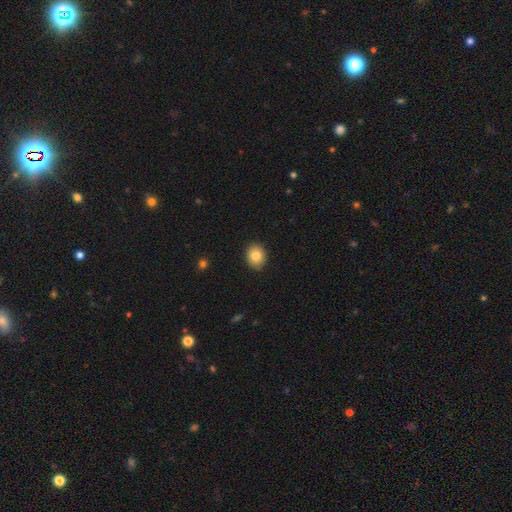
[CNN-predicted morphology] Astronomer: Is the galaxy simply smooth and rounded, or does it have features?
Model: smooth — 83%.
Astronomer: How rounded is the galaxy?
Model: round — 63%.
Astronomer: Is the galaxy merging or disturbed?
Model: none — 90%.